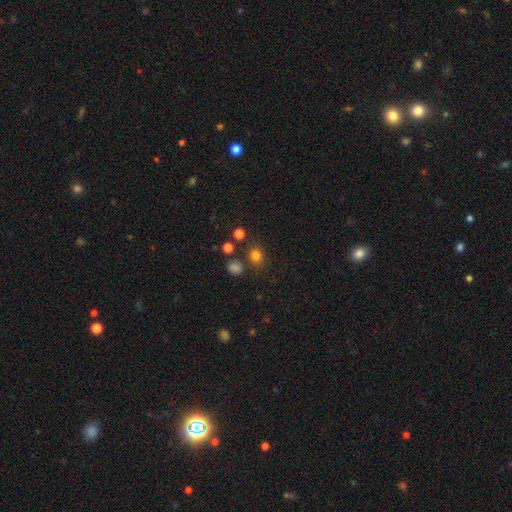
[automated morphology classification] smooth-or-featured: smooth: 79% | star or artifact: 15% | featured or disk: 6%
  how-rounded: round: 66% | in between: 33% | cigar-shaped: 1%
  merging: none: 77% | minor disturbance: 12% | merger: 7% | major disturbance: 4%